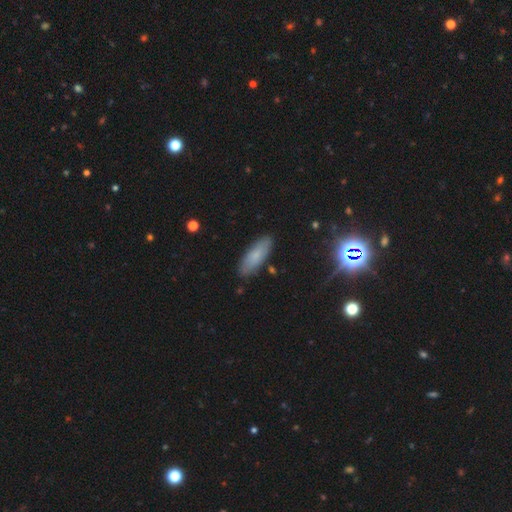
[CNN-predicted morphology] Smooth or featured: smooth — 76% (featured or disk — 15%)
How rounded: in between — 63% (cigar-shaped — 35%)
Merging: none — 86% (minor disturbance — 11%)